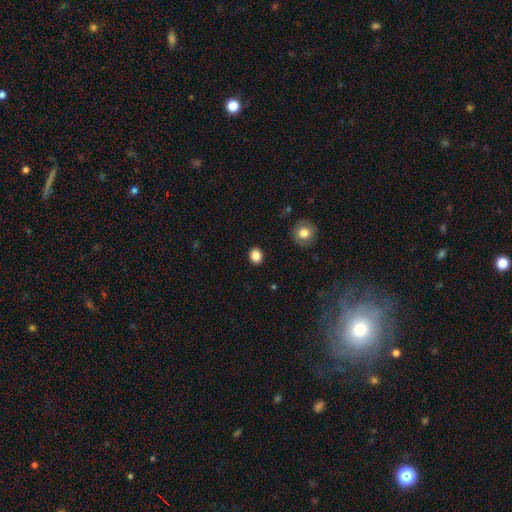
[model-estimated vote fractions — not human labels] Morphology: type=smooth (85%); roundness=round (51%); merging=none (89%).